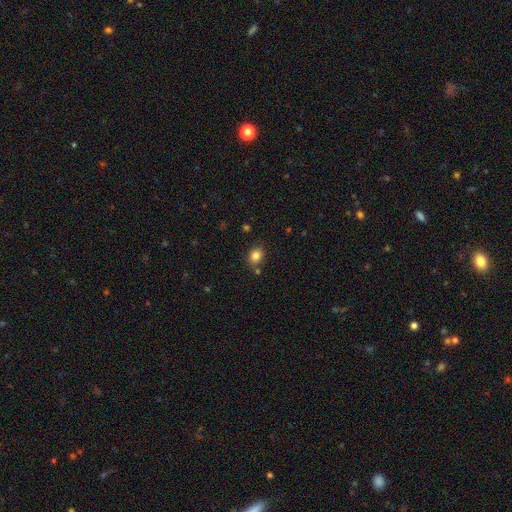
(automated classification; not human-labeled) Smooth or featured: smooth — 83% (star or artifact — 11%)
How rounded: round — 53% (in between — 46%)
Merging: none — 78% (minor disturbance — 12%)